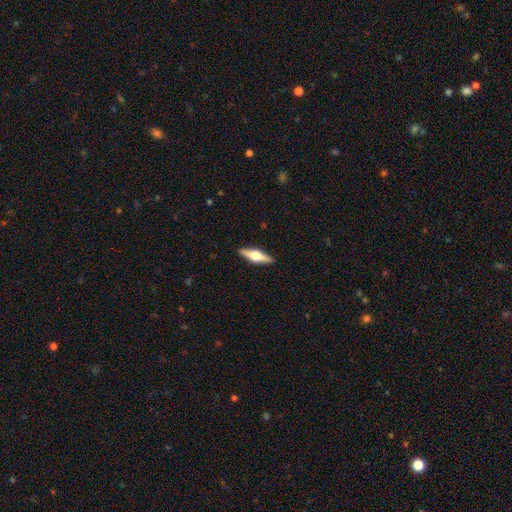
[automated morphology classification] type=featured or disk (64%); edge-on=yes (96%); edge-on bulge=rounded (94%); merging=none (90%).